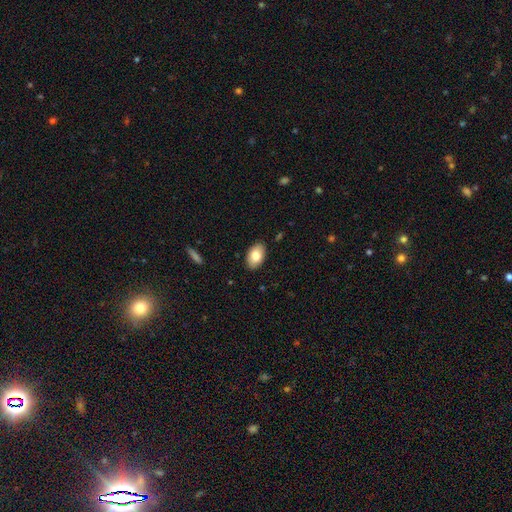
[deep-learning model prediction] The model was most divided on "smooth or featured": smooth: 79%, featured or disk: 14%, star or artifact: 7%. More confident: how rounded — in between (93%); merging — none (87%).